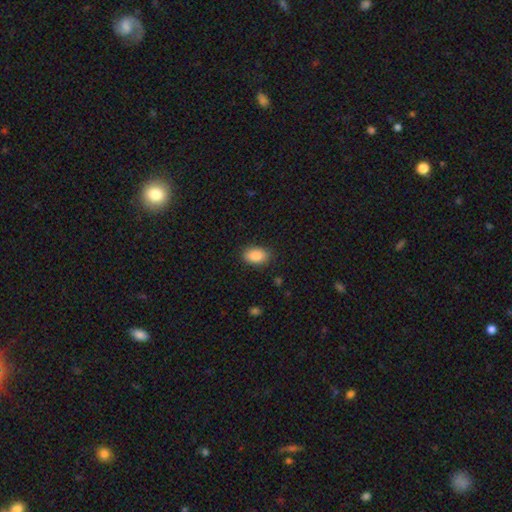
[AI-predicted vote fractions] This is clearly a smooth galaxy (88%). How rounded: clearly in between (87%). Merging: clearly none (86%).